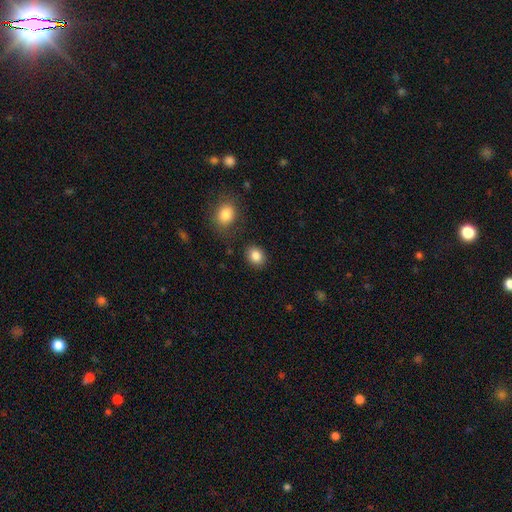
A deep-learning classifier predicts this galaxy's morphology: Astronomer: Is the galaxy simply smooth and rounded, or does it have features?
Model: smooth — 86%.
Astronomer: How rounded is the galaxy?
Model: round — 59% (runner-up: in between, 40%).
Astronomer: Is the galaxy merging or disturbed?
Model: none — 83%.